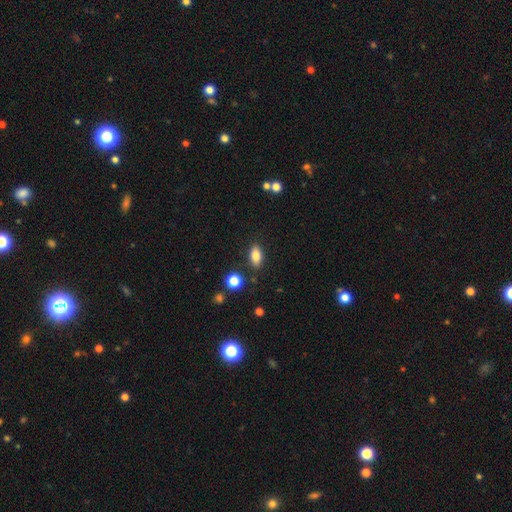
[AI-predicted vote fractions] Smooth or featured: smooth — 82% (star or artifact — 9%)
How rounded: in between — 87% (round — 7%)
Merging: none — 85% (minor disturbance — 10%)